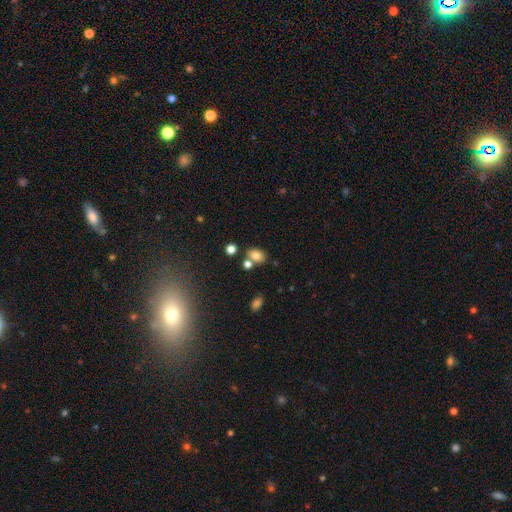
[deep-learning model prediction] Morphology: type=smooth (77%); roundness=in between (72%); merging=none (62%).